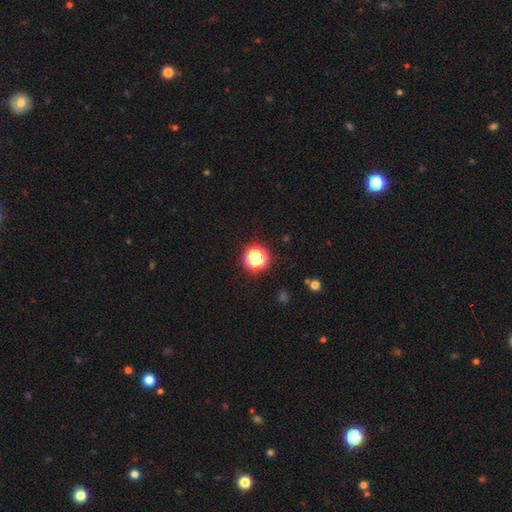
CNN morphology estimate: A smooth galaxy with no disk features (51%) that is round (87%). Merging: none (79%).